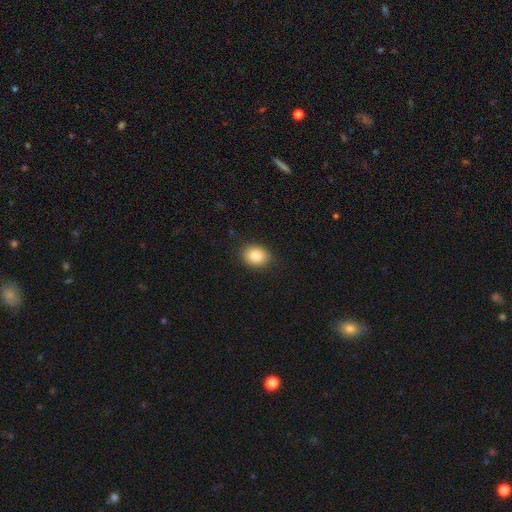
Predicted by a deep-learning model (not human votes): This is clearly a smooth galaxy (85%). How rounded: possibly round (50%, tied with in between). Merging: clearly none (88%).